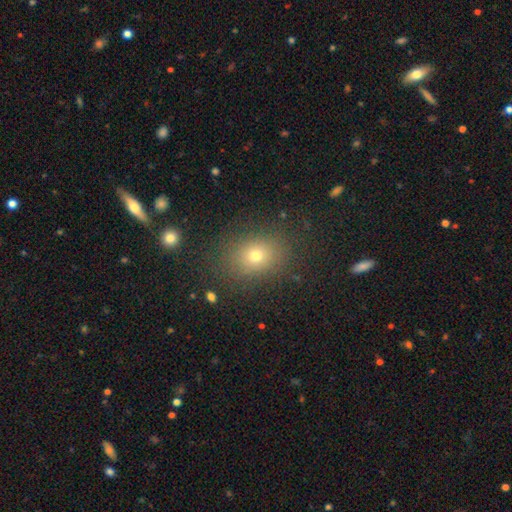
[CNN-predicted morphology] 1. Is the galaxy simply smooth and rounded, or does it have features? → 71% smooth, 18% star or artifact, 12% featured or disk.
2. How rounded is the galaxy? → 55% in between, 44% round, 1% cigar-shaped.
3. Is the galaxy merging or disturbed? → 85% none, 10% minor disturbance, 4% major disturbance, 2% merger.